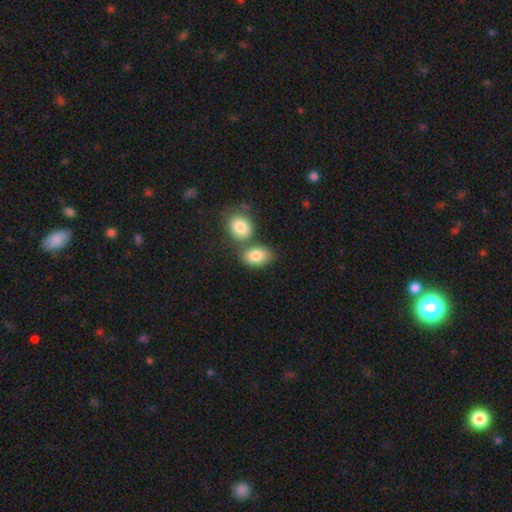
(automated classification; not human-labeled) Q: Smooth or featured?
A: smooth (82%); runner-up: featured or disk (10%)
Q: How rounded?
A: in between (77%); runner-up: round (21%)
Q: Merging?
A: none (50%); runner-up: merger (35%)